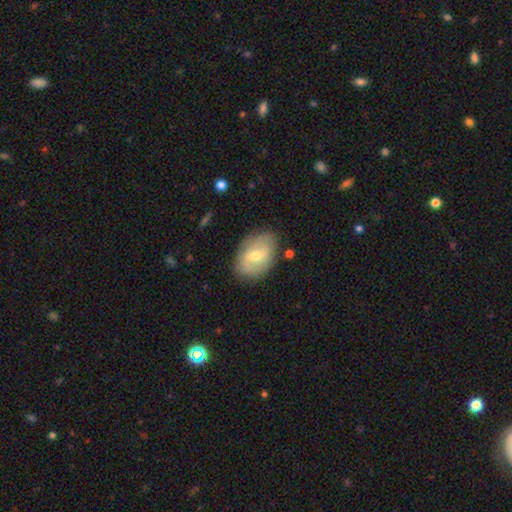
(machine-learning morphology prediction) featured or disk 53%, smooth 41%, star or artifact 6%. Down the decision tree: edge-on disk — no (94%); merging — none (80%).